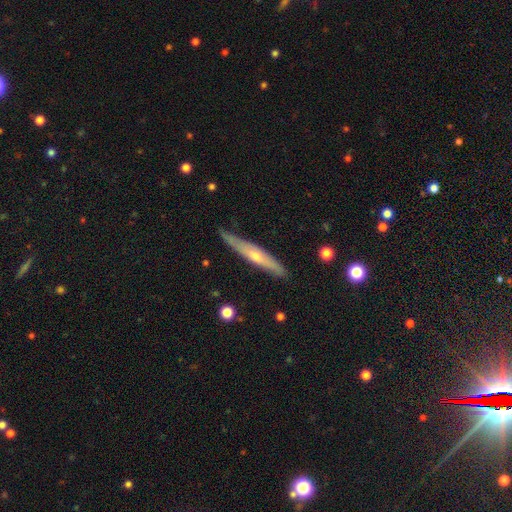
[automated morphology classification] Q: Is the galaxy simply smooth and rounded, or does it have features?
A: featured or disk — 65%.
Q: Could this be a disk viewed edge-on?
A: yes — 91%.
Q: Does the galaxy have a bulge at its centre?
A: rounded — 79%.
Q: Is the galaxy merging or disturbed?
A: none — 85%.